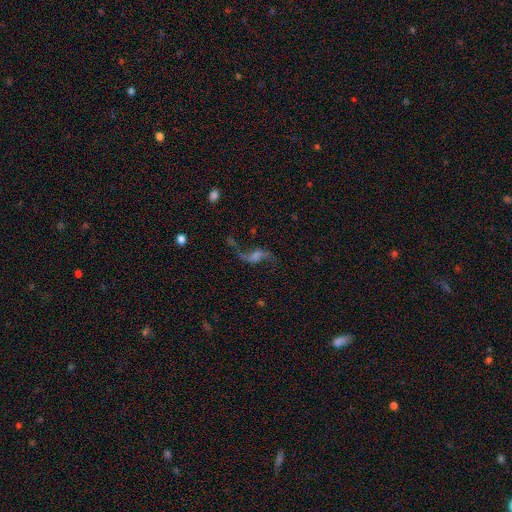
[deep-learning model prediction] The model was most divided on "bulge size": none: 32%, small: 30%, moderate: 24%, large: 11%, dominant: 3%. Remaining: spiral arms — yes (93%); edge-on disk — no (93%); spiral winding — loose (92%); spiral arm count — 2 (92%); smooth or featured — featured or disk (80%); merging — none (67%); bar — no (43%).